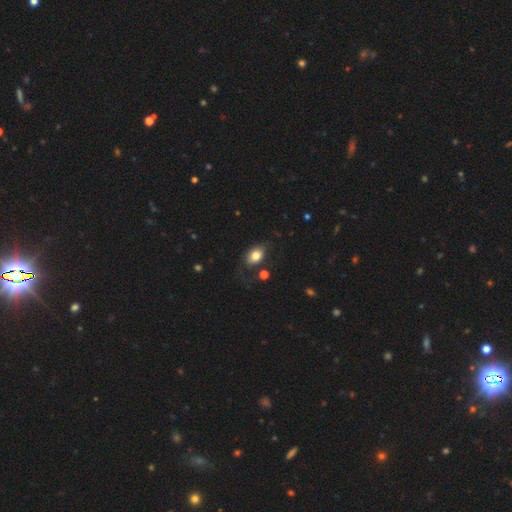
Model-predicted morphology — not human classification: Smooth or featured? smooth (79%)
How rounded? in between (82%)
Merging? none (70%)